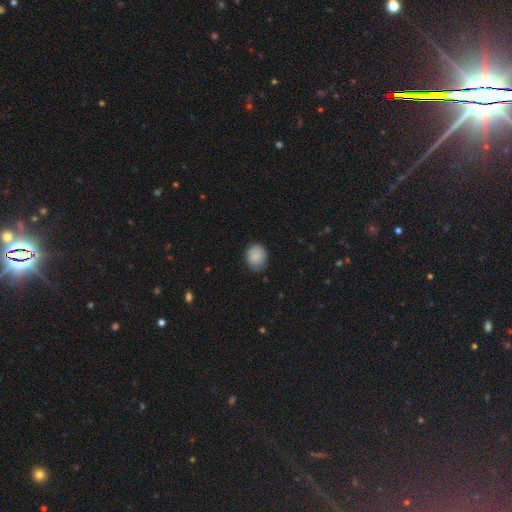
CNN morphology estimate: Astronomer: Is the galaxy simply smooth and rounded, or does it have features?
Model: smooth — 85%.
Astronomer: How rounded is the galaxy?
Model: round — 70%.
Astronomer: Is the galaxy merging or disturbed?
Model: none — 75%.